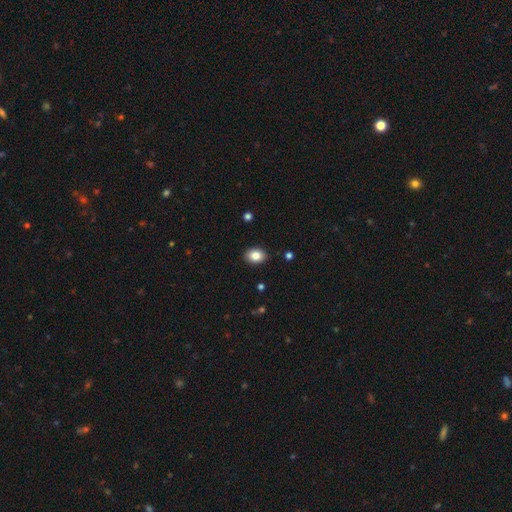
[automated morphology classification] smooth 85%, star or artifact 8%, featured or disk 6%. Down the decision tree: how rounded — in between (70%); merging — none (90%).